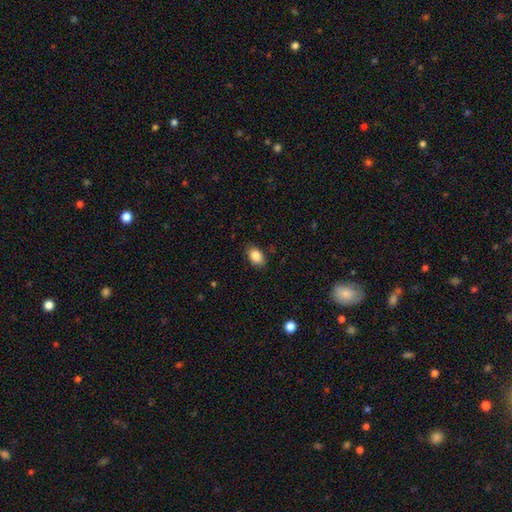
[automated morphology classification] A smooth galaxy with no disk features (86%) that is in between round and cigar-shaped (87%). Merging: none (84%).